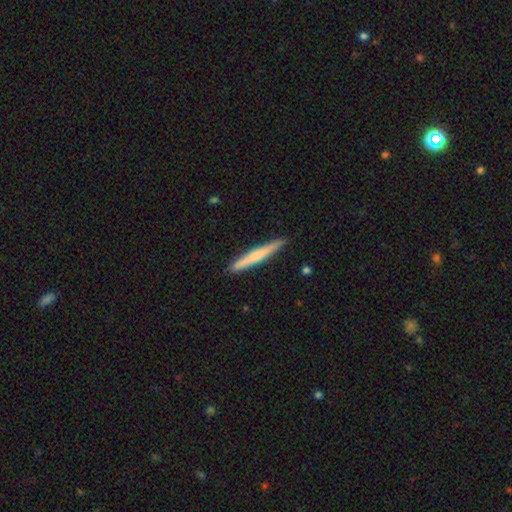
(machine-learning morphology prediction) Smooth or featured? Predicted: smooth (p=0.56). How rounded? Predicted: cigar-shaped (p=0.96). Merging? Predicted: none (p=0.91).